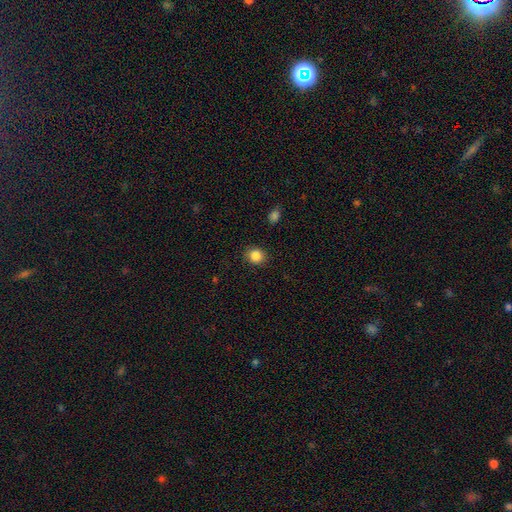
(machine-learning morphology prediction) Smooth or featured? Predicted: smooth (p=0.86). How rounded? Predicted: round (p=0.82). Merging? Predicted: none (p=0.88).